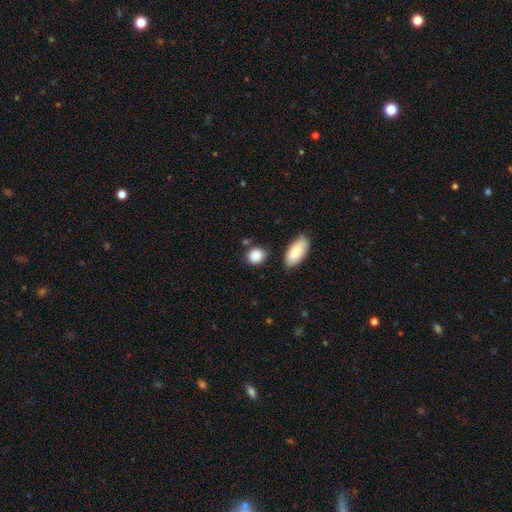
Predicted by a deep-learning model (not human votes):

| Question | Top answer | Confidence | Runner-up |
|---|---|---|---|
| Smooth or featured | smooth | 89% | star or artifact (7%) |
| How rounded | round | 64% | in between (33%) |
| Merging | none | 75% | minor disturbance (14%) |